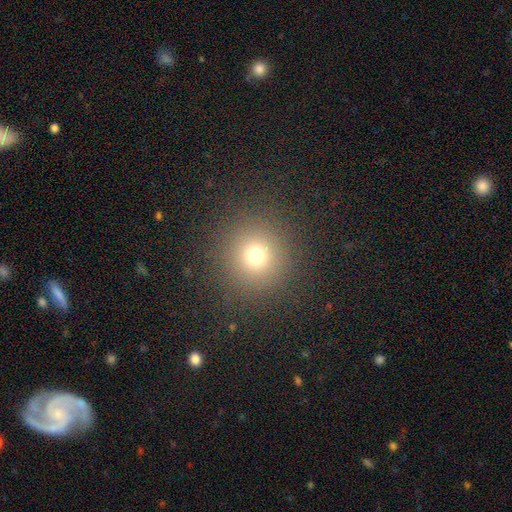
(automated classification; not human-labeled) Overall: smooth (72%). How rounded: round (94%). Merging: none (89%).